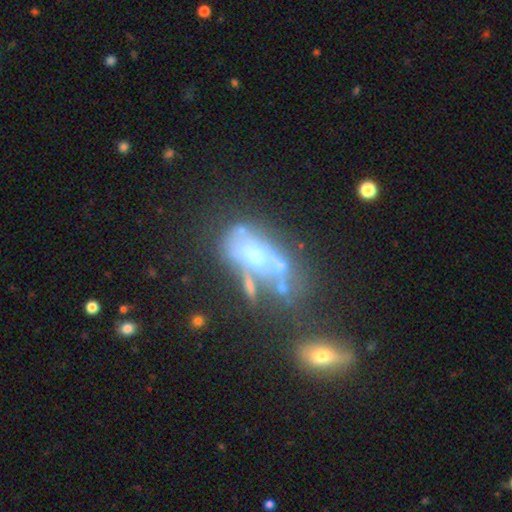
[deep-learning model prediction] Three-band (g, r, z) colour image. It shows a featured or disk galaxy (58%) with no bar (83%), no spiral arms (85%) and a moderate central bulge (35%). Merging: merger (36%).